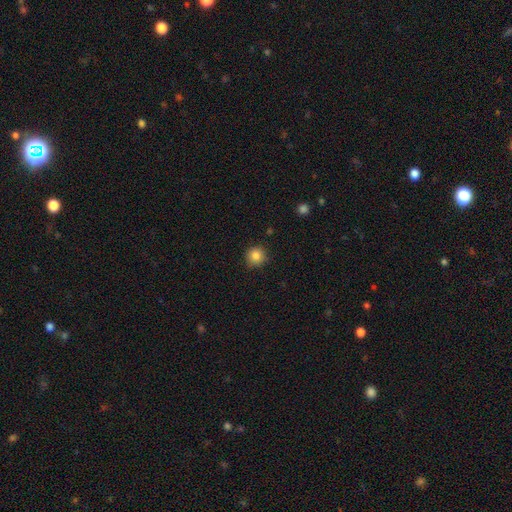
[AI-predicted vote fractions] smooth-or-featured: smooth: 84% | star or artifact: 11% | featured or disk: 5%
  how-rounded: round: 94% | in between: 5% | cigar-shaped: 1%
  merging: none: 88% | minor disturbance: 9% | major disturbance: 2% | merger: 1%